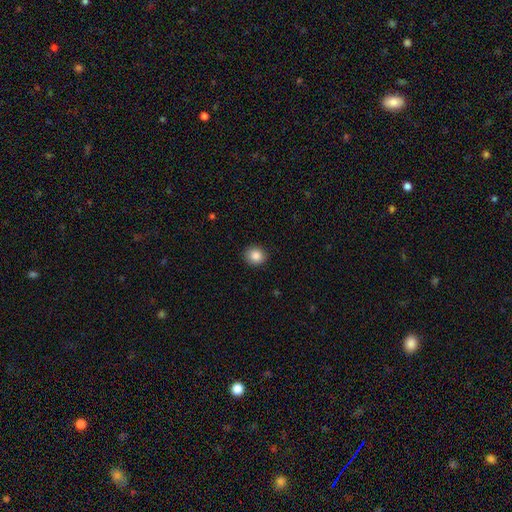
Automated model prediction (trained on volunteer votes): Morphology: type=smooth (87%); roundness=round (81%); merging=none (90%).